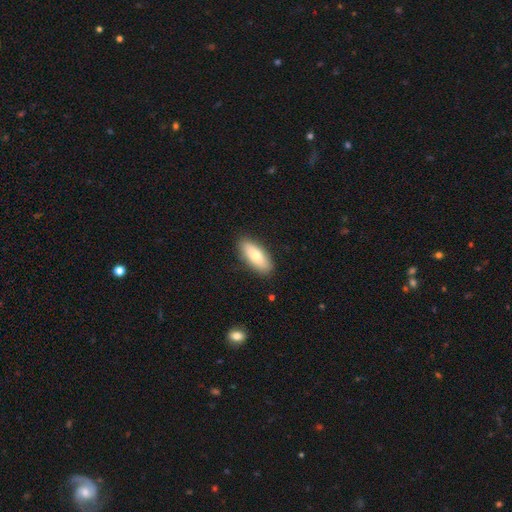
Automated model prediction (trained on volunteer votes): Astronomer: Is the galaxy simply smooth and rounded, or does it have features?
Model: smooth — 71%.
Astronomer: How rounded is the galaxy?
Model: in between — 82%.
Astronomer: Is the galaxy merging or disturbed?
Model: none — 88%.